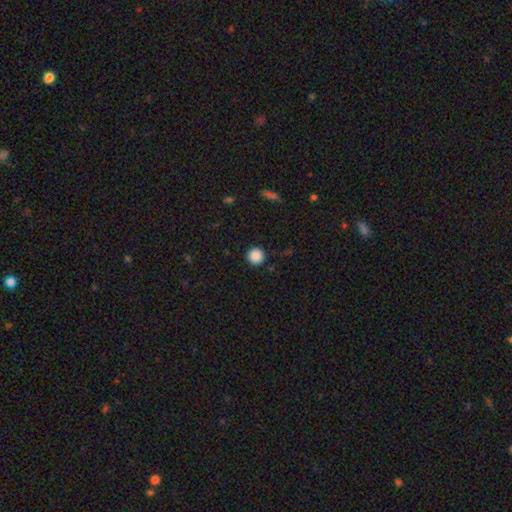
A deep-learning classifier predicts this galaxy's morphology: Smooth or featured?
  - smooth: 87% *
  - star or artifact: 10%
  - featured or disk: 3%
How rounded?
  - round: 96% *
  - in between: 4%
  - cigar-shaped: 1%
Merging?
  - none: 90% *
  - minor disturbance: 6%
  - major disturbance: 2%
  - merger: 1%